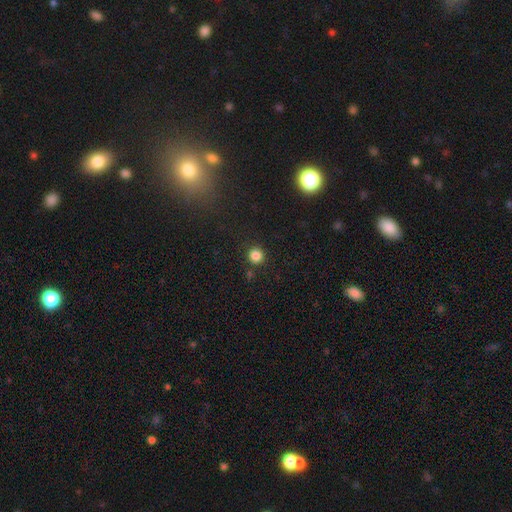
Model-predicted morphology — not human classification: Overall: smooth (83%). How rounded: round (94%). Merging: none (88%).